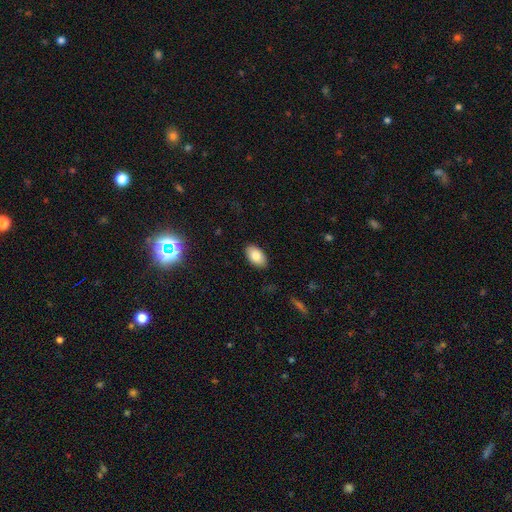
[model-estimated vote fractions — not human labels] The model was most divided on "smooth or featured": smooth: 82%, featured or disk: 11%, star or artifact: 7%. More confident: how rounded — in between (94%); merging — none (88%).